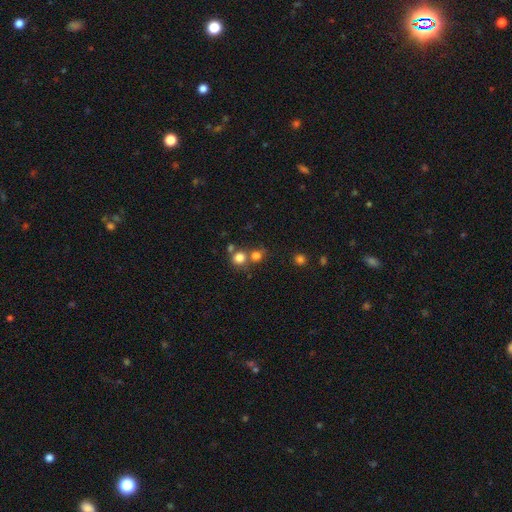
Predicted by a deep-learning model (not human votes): Q: Smooth or featured?
A: smooth (77%); runner-up: star or artifact (15%)
Q: How rounded?
A: round (84%); runner-up: in between (15%)
Q: Merging?
A: none (55%); runner-up: merger (33%)